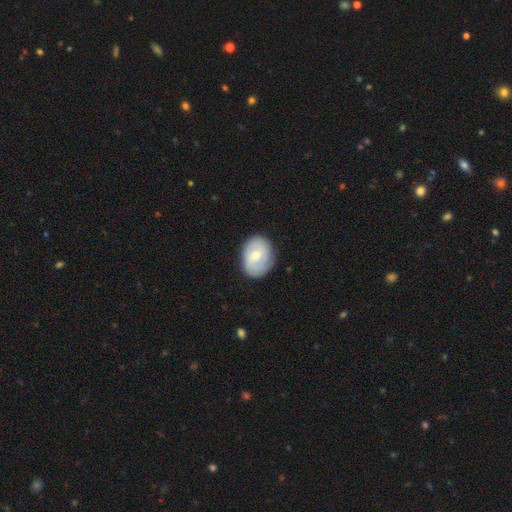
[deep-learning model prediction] smooth-or-featured: smooth: 56% | featured or disk: 37% | star or artifact: 6%
  how-rounded: in between: 60% | round: 39% | cigar-shaped: 1%
  merging: none: 80% | minor disturbance: 15% | major disturbance: 4% | merger: 1%